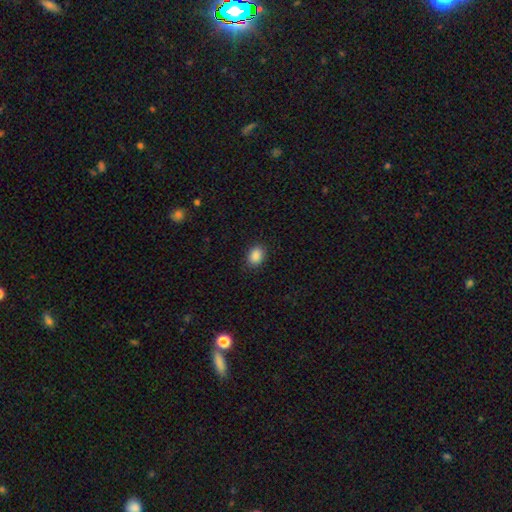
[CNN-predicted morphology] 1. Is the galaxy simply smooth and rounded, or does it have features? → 88% smooth, 9% star or artifact, 3% featured or disk.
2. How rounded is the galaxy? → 67% in between, 32% round, 1% cigar-shaped.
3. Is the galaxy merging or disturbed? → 87% none, 9% minor disturbance, 2% major disturbance, 1% merger.